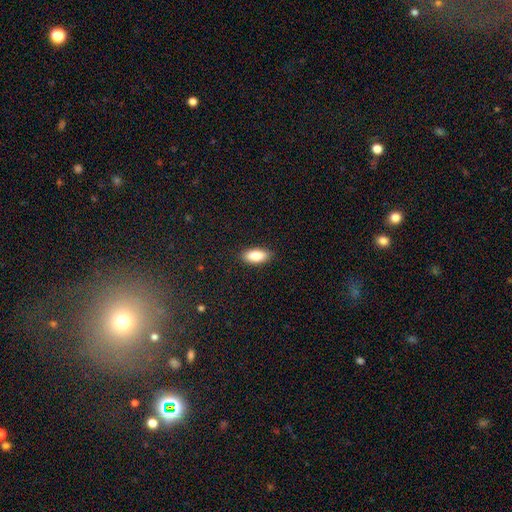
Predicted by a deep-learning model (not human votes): This appears to be a smooth galaxy with no disk features (85%) that is in between round and cigar-shaped (88%). Merging: none (89%).